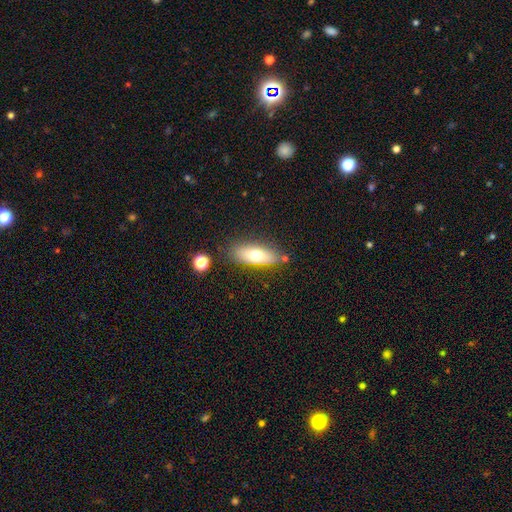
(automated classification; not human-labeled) This is likely a smooth galaxy (64%). How rounded: likely in between (70%). Merging: likely none (78%).